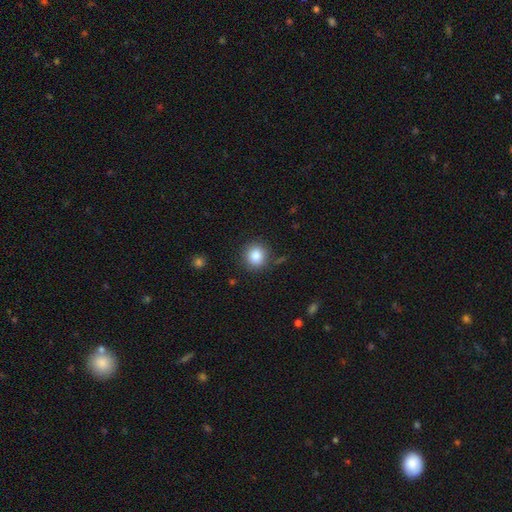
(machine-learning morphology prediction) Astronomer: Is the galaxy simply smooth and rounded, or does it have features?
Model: smooth — 86%.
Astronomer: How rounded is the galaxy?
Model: round — 88%.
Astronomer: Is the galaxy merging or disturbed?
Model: none — 84%.